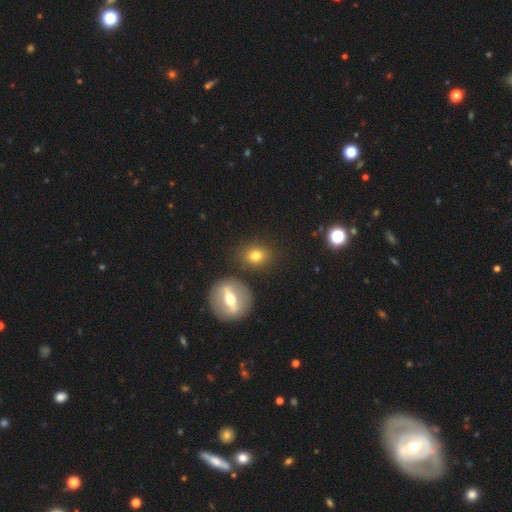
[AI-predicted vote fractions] smooth-or-featured: smooth: 72% | featured or disk: 18% | star or artifact: 11%
  how-rounded: round: 53% | in between: 45% | cigar-shaped: 3%
  merging: none: 82% | minor disturbance: 9% | merger: 6% | major disturbance: 3%